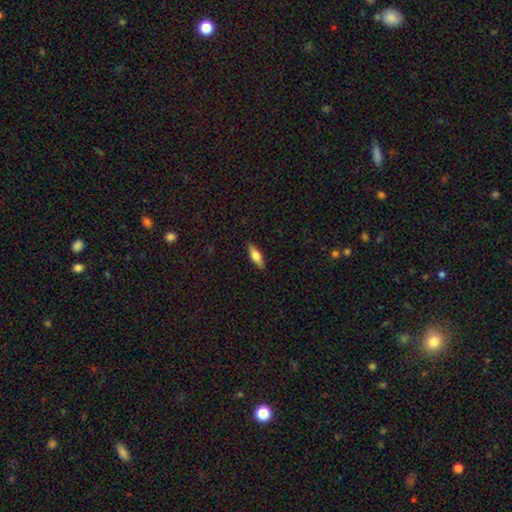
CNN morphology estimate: Smooth or featured: smooth — 69% (featured or disk — 24%)
How rounded: in between — 58% (cigar-shaped — 39%)
Merging: none — 88% (minor disturbance — 9%)